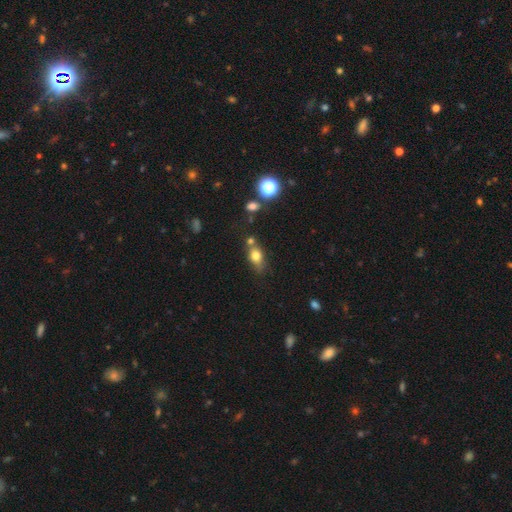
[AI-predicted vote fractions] This is likely a smooth galaxy (75%). How rounded: likely in between (64%). Merging: possibly none (54%).